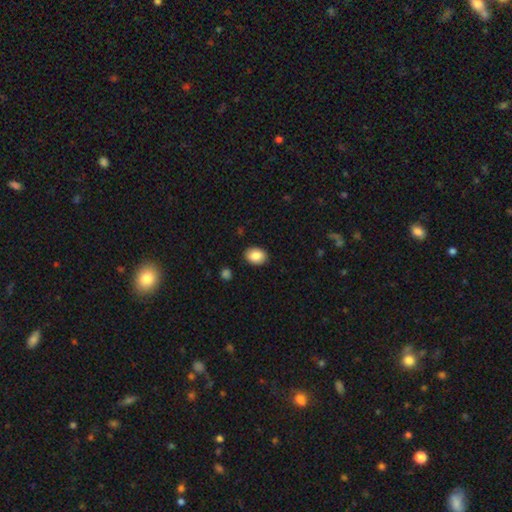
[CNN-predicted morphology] This is clearly a smooth galaxy (86%). How rounded: likely in between (68%). Merging: clearly none (88%).